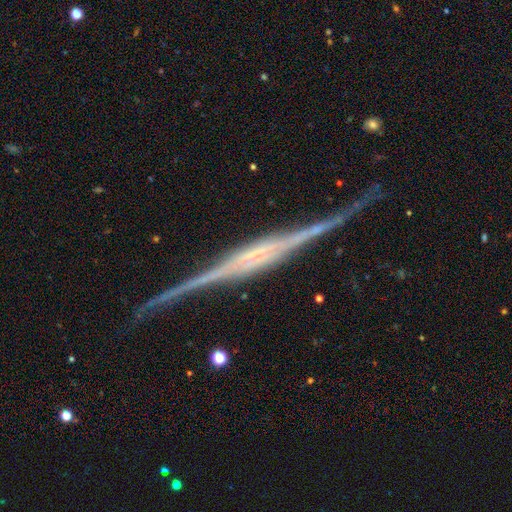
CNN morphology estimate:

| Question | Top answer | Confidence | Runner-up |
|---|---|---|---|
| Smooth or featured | featured or disk | 88% | star or artifact (6%) |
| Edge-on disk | yes | 98% | no (2%) |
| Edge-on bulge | boxy | 54% | rounded (27%) |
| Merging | none | 84% | minor disturbance (11%) |